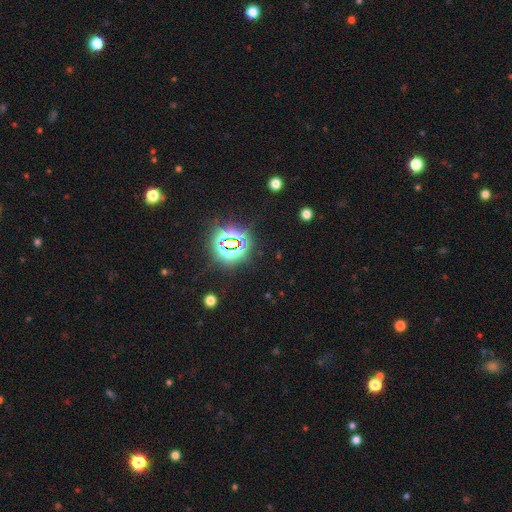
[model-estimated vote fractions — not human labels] This appears to be a star or artifact, not a galaxy (76%).